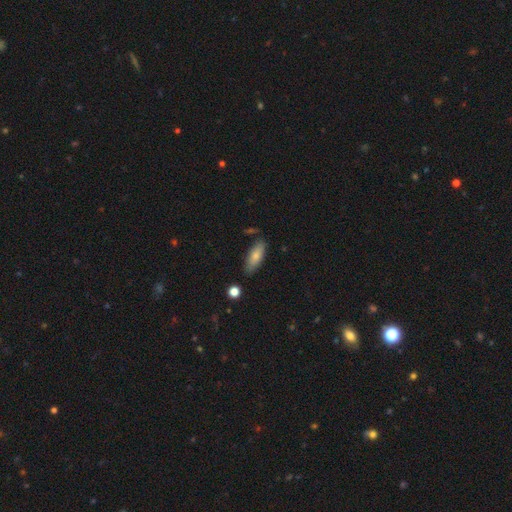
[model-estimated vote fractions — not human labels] A smooth galaxy with no disk features (77%) that is in between round and cigar-shaped (70%).

Vote fractions:
- Smooth or featured? smooth: 77% / featured or disk: 16% / star or artifact: 7%
- How rounded? in between: 70% / cigar-shaped: 27% / round: 2%
- Merging? none: 78% / minor disturbance: 16% / merger: 4% / major disturbance: 3%